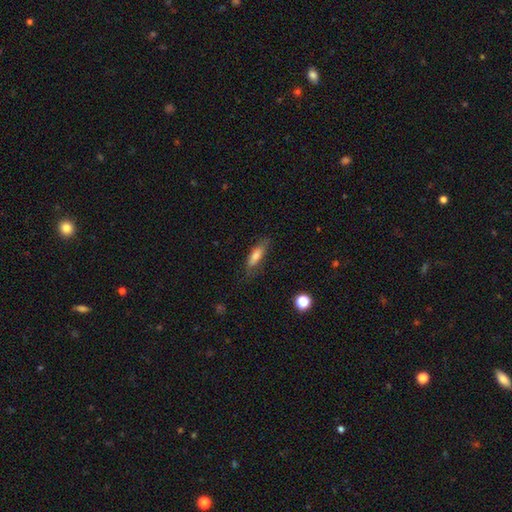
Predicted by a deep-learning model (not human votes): smooth-or-featured: smooth: 65% | featured or disk: 26% | star or artifact: 9%
  how-rounded: cigar-shaped: 57% | in between: 41% | round: 3%
  merging: none: 74% | minor disturbance: 19% | major disturbance: 6% | merger: 1%